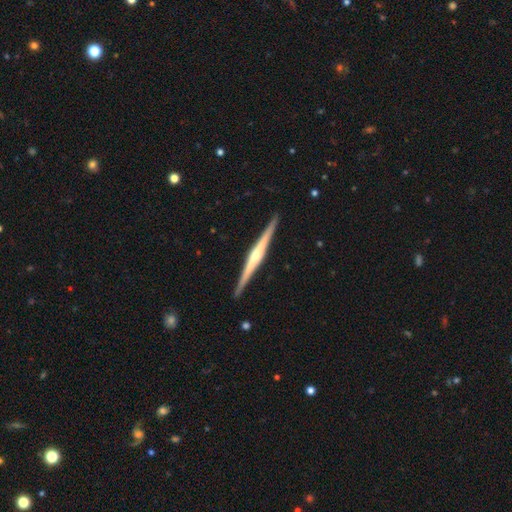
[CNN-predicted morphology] smooth_or_featured: featured or disk (p=0.84) [alt: smooth p=0.12]
disk_edge_on: yes (p=0.99) [alt: no p=0.01]
edge_on_bulge: rounded (p=0.78) [alt: none p=0.11]
merging: none (p=0.92) [alt: minor disturbance p=0.06]